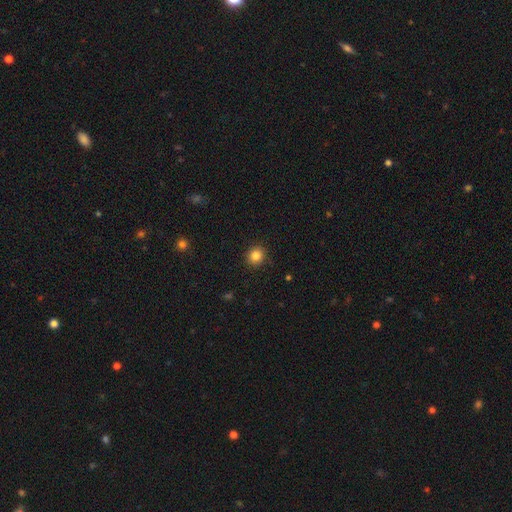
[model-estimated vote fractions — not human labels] smooth 85%, star or artifact 11%, featured or disk 5%. Down the decision tree: how rounded — round (85%); merging — none (89%).